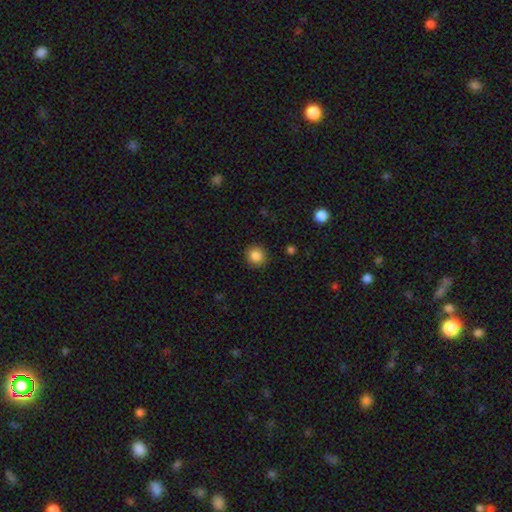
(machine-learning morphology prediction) A smooth galaxy with no disk features (86%) that is round (91%).

Vote fractions:
- Smooth or featured? smooth: 86% / star or artifact: 10% / featured or disk: 4%
- How rounded? round: 91% / in between: 8% / cigar-shaped: 1%
- Merging? none: 90% / minor disturbance: 7% / major disturbance: 2% / merger: 1%